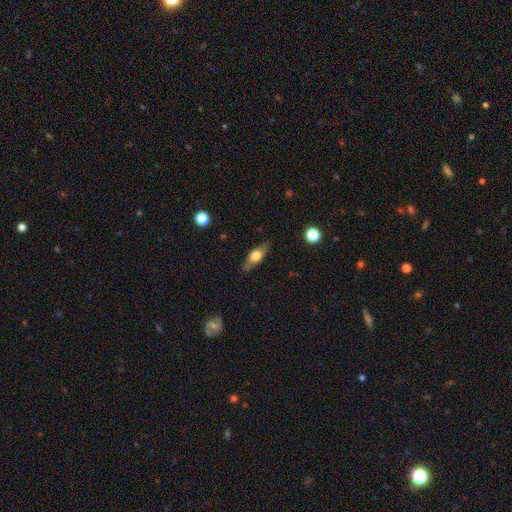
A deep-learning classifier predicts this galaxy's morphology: Smooth or featured: smooth — 55% (featured or disk — 38%)
How rounded: in between — 64% (cigar-shaped — 30%)
Merging: none — 80% (minor disturbance — 15%)